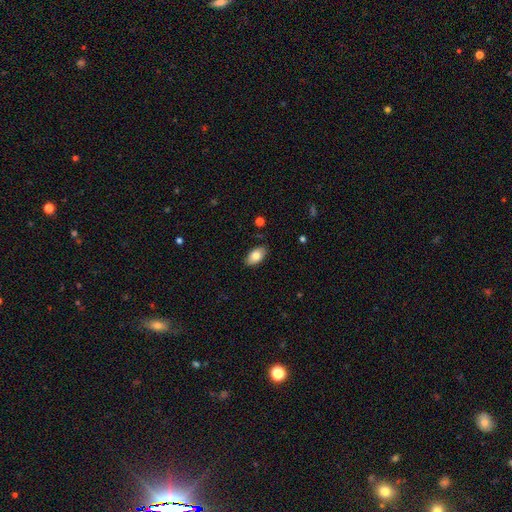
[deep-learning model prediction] smooth-or-featured: smooth: 81% | featured or disk: 12% | star or artifact: 7%
  how-rounded: in between: 93% | round: 5% | cigar-shaped: 2%
  merging: none: 85% | minor disturbance: 11% | major disturbance: 2% | merger: 1%